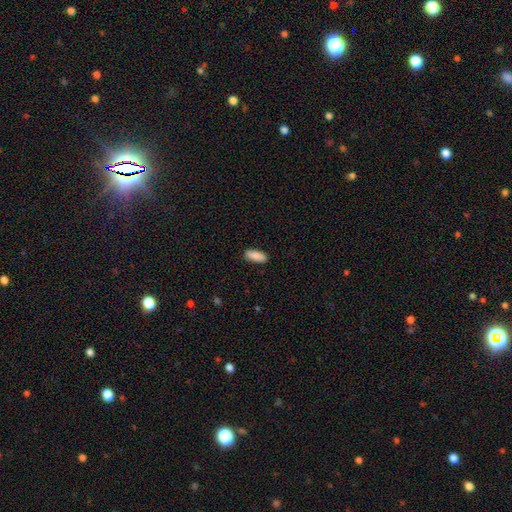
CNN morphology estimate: smooth 90%, star or artifact 6%, featured or disk 4%. Down the decision tree: how rounded — in between (76%); merging — none (88%).